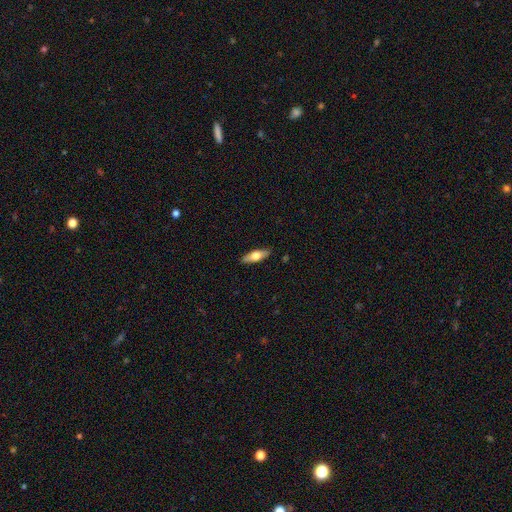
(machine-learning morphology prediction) Smooth or featured? Predicted: smooth (p=0.61). How rounded? Predicted: in between (p=0.58). Merging? Predicted: none (p=0.88).